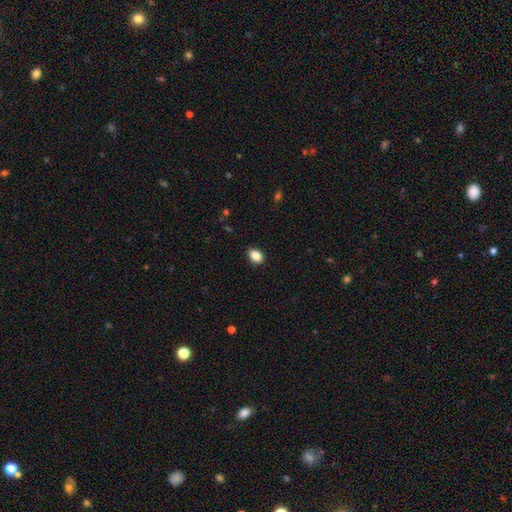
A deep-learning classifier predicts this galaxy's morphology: smooth 87%, star or artifact 8%, featured or disk 5%. Down the decision tree: how rounded — in between (77%); merging — none (89%).